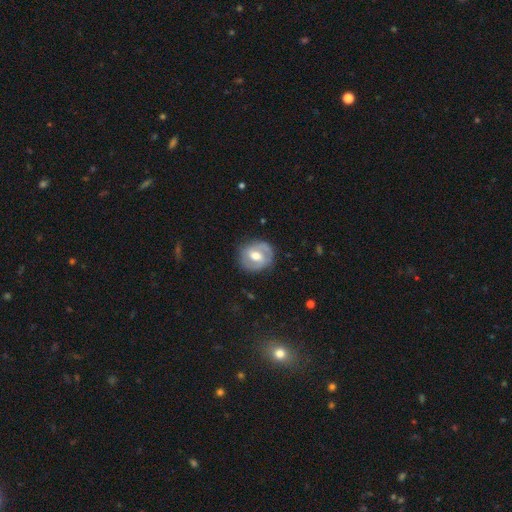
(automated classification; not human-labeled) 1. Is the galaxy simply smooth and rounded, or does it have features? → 68% featured or disk, 26% smooth, 6% star or artifact.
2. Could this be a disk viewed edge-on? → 96% no, 4% yes.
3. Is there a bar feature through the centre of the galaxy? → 49% weak, 26% strong, 25% no.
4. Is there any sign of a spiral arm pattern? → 73% yes, 27% no.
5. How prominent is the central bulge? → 74% moderate, 14% large, 10% small, 1% none, 1% dominant.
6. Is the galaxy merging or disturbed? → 80% none, 14% minor disturbance, 5% major disturbance, 1% merger.